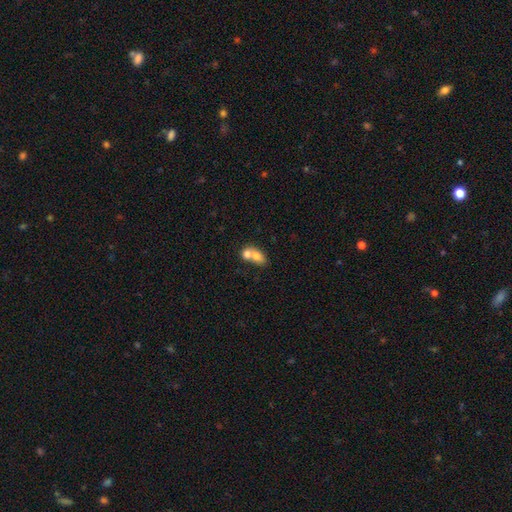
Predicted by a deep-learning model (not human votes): A smooth galaxy with no disk features (71%) that is in between round and cigar-shaped (67%).

Vote fractions:
- Smooth or featured? smooth: 71% / featured or disk: 20% / star or artifact: 8%
- How rounded? in between: 67% / round: 30% / cigar-shaped: 2%
- Merging? merger: 70% / none: 20% / minor disturbance: 6% / major disturbance: 3%